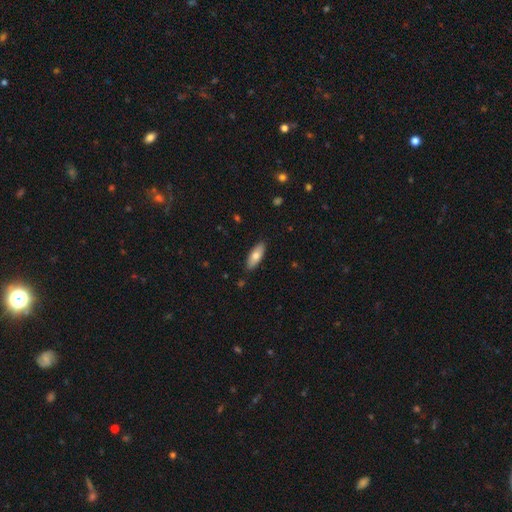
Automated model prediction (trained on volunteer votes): A smooth galaxy with no disk features (74%) that is in between round and cigar-shaped (76%). Merging: none (88%).